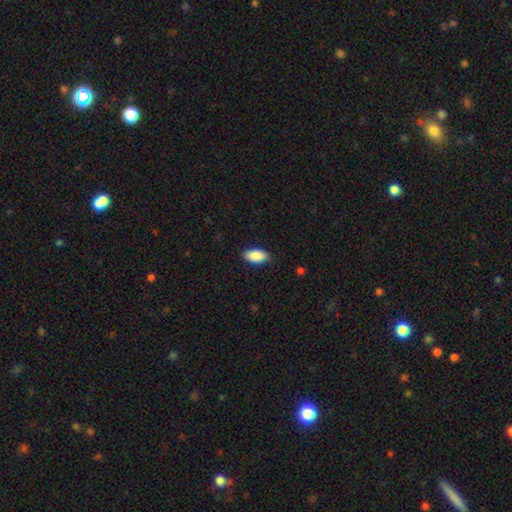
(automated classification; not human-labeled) smooth-or-featured: smooth: 90% | star or artifact: 6% | featured or disk: 4%
  how-rounded: in between: 94% | cigar-shaped: 3% | round: 3%
  merging: none: 86% | minor disturbance: 11% | major disturbance: 2% | merger: 1%